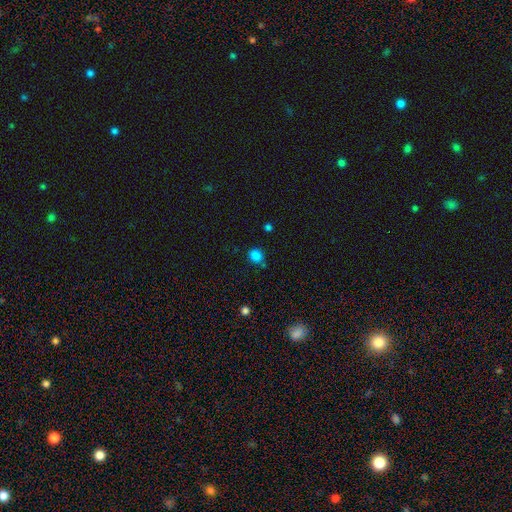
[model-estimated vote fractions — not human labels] This is clearly a smooth galaxy (84%). How rounded: clearly round (83%). Merging: likely none (76%).